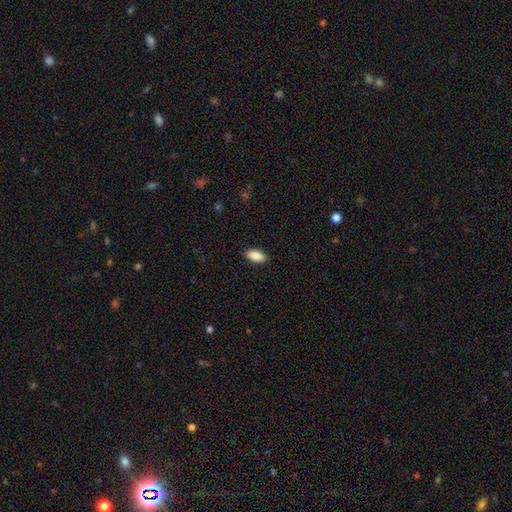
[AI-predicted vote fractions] Morphology: type=smooth (89%); roundness=in between (91%); merging=none (89%).